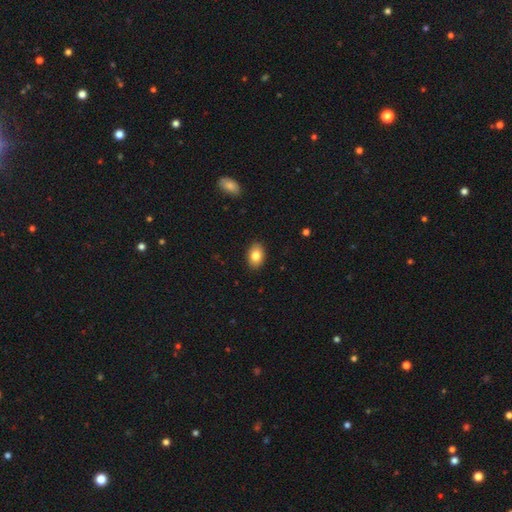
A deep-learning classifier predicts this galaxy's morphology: This is clearly a smooth galaxy (83%). How rounded: clearly in between (84%). Merging: clearly none (90%).